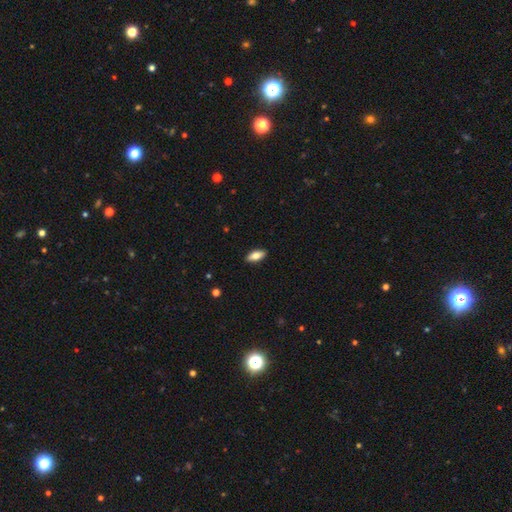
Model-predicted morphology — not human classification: Smooth or featured?
  - smooth: 77% *
  - featured or disk: 17%
  - star or artifact: 6%
How rounded?
  - in between: 85% *
  - cigar-shaped: 12%
  - round: 3%
Merging?
  - none: 90% *
  - minor disturbance: 7%
  - major disturbance: 2%
  - merger: 1%